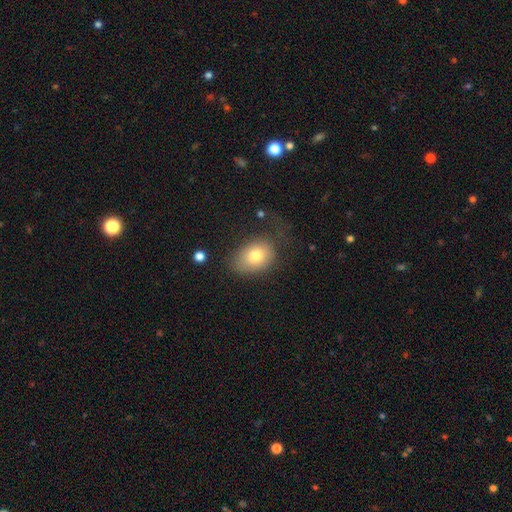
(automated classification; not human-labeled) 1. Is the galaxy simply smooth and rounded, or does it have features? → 77% smooth, 14% featured or disk, 9% star or artifact.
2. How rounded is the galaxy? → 71% in between, 28% round, 1% cigar-shaped.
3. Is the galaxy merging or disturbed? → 55% none, 25% minor disturbance, 18% major disturbance, 2% merger.